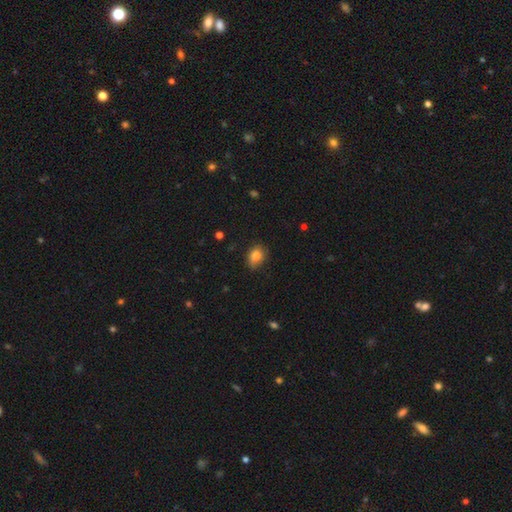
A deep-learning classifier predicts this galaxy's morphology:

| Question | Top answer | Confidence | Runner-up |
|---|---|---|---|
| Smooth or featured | smooth | 83% | star or artifact (10%) |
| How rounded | in between | 61% | round (37%) |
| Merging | none | 71% | minor disturbance (24%) |